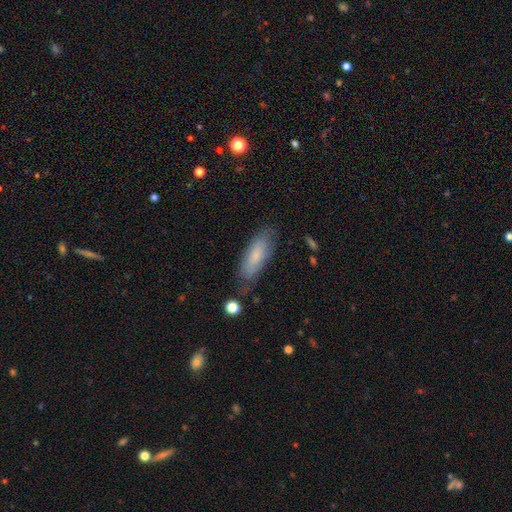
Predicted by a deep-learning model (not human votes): This appears to be a smooth galaxy with no disk features (76%) that is in between round and cigar-shaped (57%). Merging: none (76%).